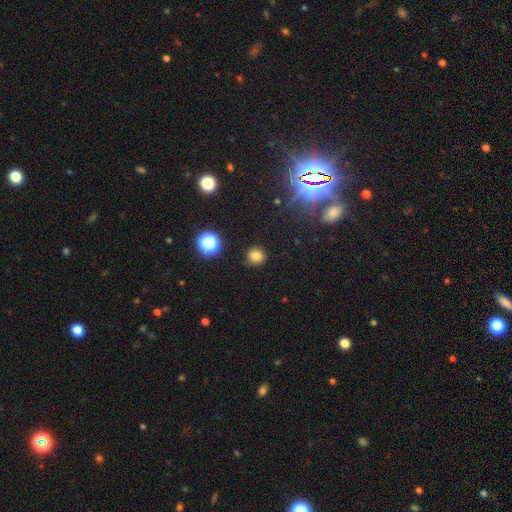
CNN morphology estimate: A smooth galaxy with no disk features (77%) that is round (85%).

Vote fractions:
- Smooth or featured? smooth: 77% / star or artifact: 17% / featured or disk: 6%
- How rounded? round: 85% / in between: 14% / cigar-shaped: 1%
- Merging? none: 85% / minor disturbance: 10% / major disturbance: 3% / merger: 2%